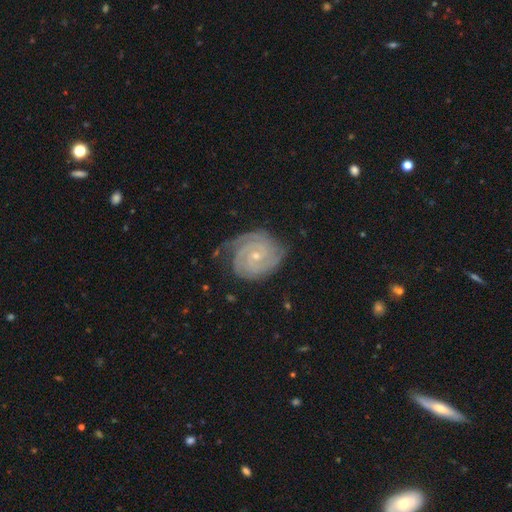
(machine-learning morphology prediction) This is clearly a featured or disk galaxy (88%). It is clearly not viewed edge-on (98%). Bar: likely no (67%). Spiral arm pattern: clearly yes (98%). Spiral arm count: marginally 3 (30%). Spiral winding: clearly tight (81%). Central bulge: likely small (71%). Merging: likely none (71%).